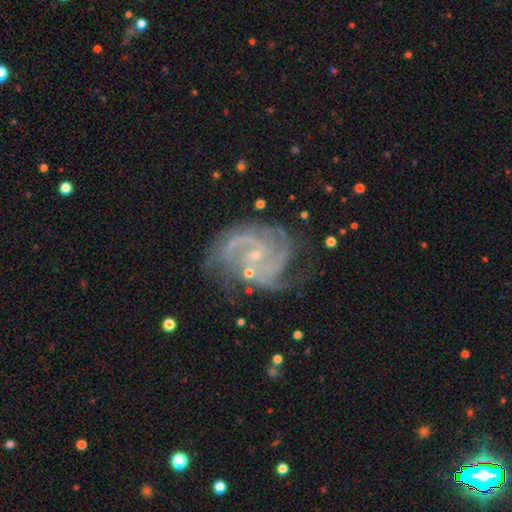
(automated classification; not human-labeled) Overall: featured or disk (88%). Edge-on disk: no (98%). Bar: no (55%; weak 34%). Spiral arms: yes (98%). Spiral arm count: 3 (30%; 2 28%). Spiral winding: medium (46%; tight 43%). Bulge size: small (83%). Merging: none (60%; minor disturbance 21%).